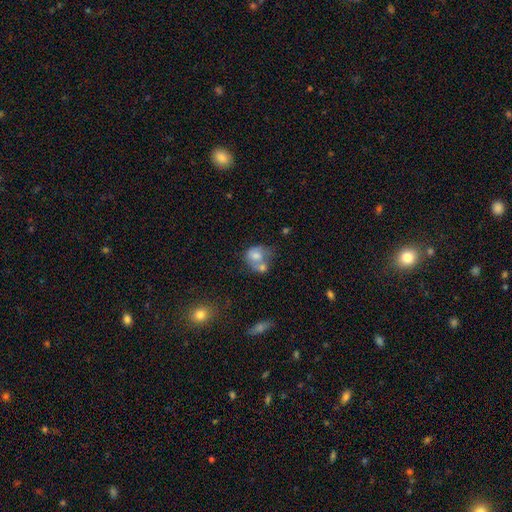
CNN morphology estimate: The model was most divided on "how rounded": round: 56%, in between: 43%, cigar-shaped: 1%. More confident: smooth or featured — smooth (65%); merging — merger (56%).